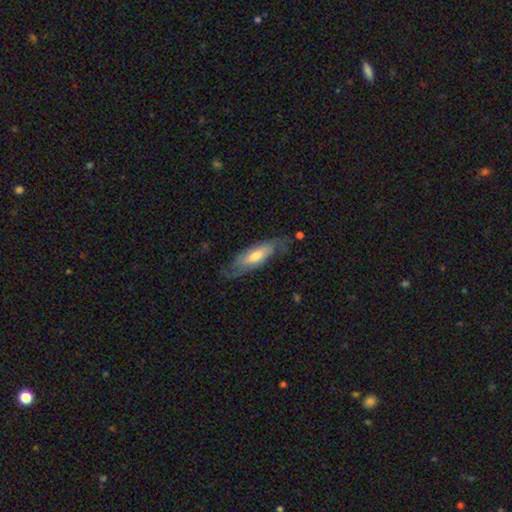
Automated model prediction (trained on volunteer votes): Smooth or featured?
  - featured or disk: 53% *
  - smooth: 41%
  - star or artifact: 6%
Edge-on disk?
  - no: 68% *
  - yes: 32%
Merging?
  - none: 71% *
  - minor disturbance: 20%
  - major disturbance: 8%
  - merger: 1%